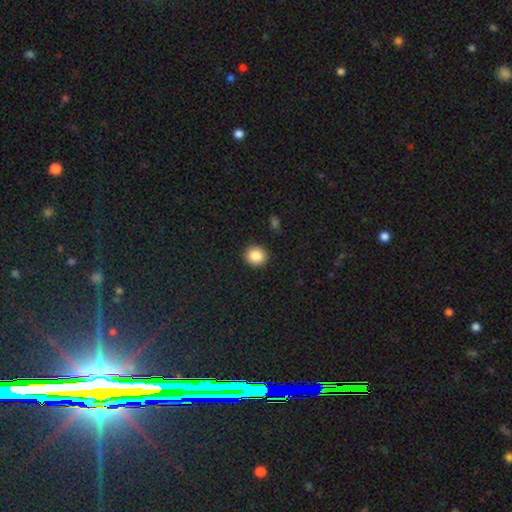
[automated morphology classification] Overall: smooth (86%). How rounded: round (91%). Merging: none (92%).